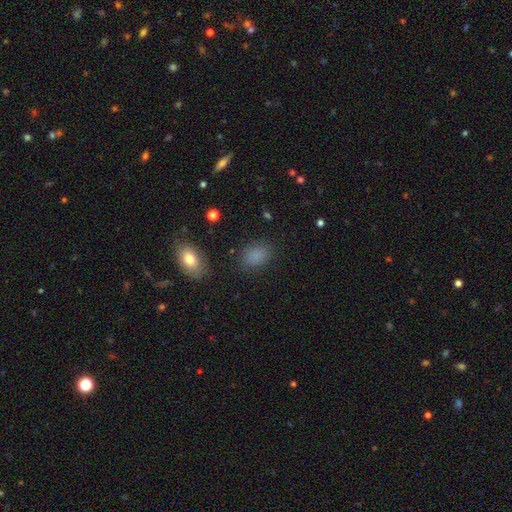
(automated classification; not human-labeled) A smooth galaxy with no disk features (84%) that is in between round and cigar-shaped (76%).

Vote fractions:
- Smooth or featured? smooth: 84% / star or artifact: 12% / featured or disk: 4%
- How rounded? in between: 76% / round: 23% / cigar-shaped: 2%
- Merging? none: 83% / minor disturbance: 11% / major disturbance: 4% / merger: 2%